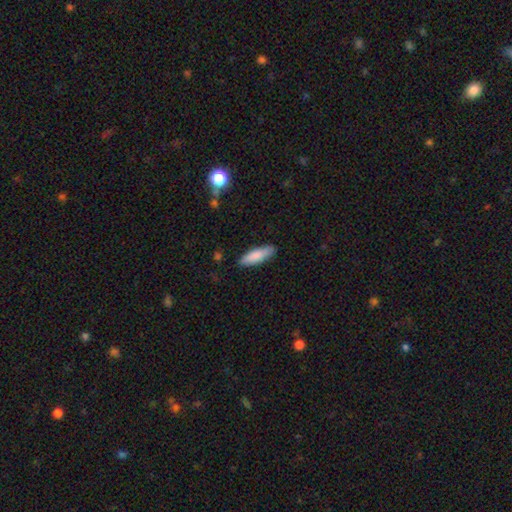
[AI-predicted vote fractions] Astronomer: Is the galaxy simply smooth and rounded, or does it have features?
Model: smooth — 85%.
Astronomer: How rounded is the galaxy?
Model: cigar-shaped — 51% (runner-up: in between, 47%).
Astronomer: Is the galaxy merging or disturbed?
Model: none — 87%.